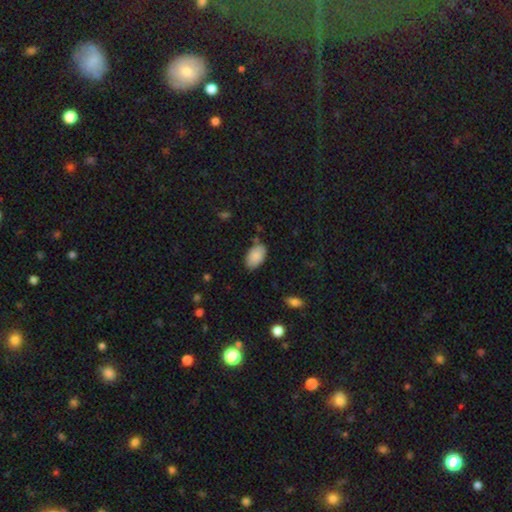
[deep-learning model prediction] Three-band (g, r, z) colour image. It shows a smooth galaxy with no disk features (87%) that is in between round and cigar-shaped (93%). Merging: none (77%).